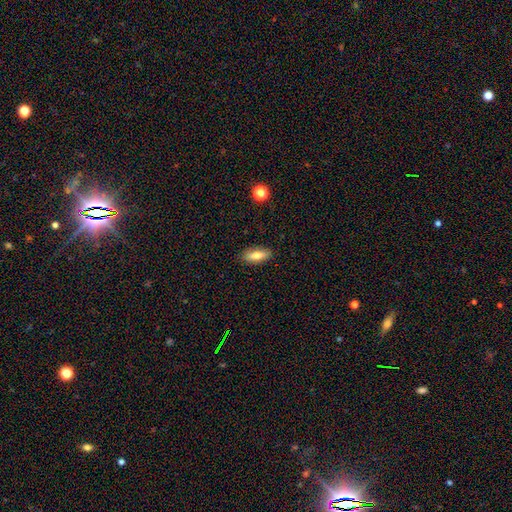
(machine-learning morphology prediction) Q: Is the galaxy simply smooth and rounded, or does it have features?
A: smooth — 71%.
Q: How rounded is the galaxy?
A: in between — 68%.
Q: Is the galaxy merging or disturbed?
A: none — 87%.